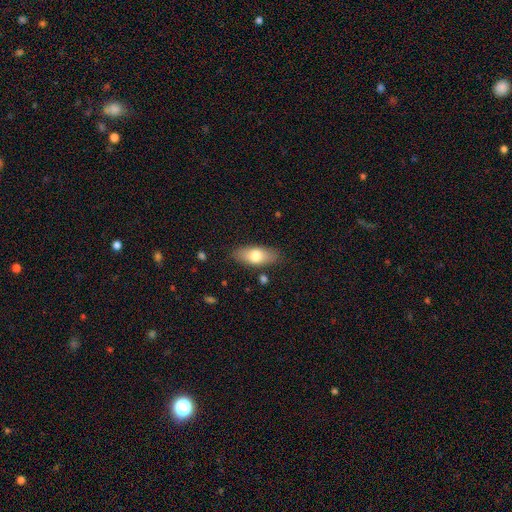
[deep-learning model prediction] Q: Smooth or featured?
A: smooth (74%); runner-up: featured or disk (20%)
Q: How rounded?
A: in between (83%); runner-up: cigar-shaped (14%)
Q: Merging?
A: none (84%); runner-up: minor disturbance (12%)